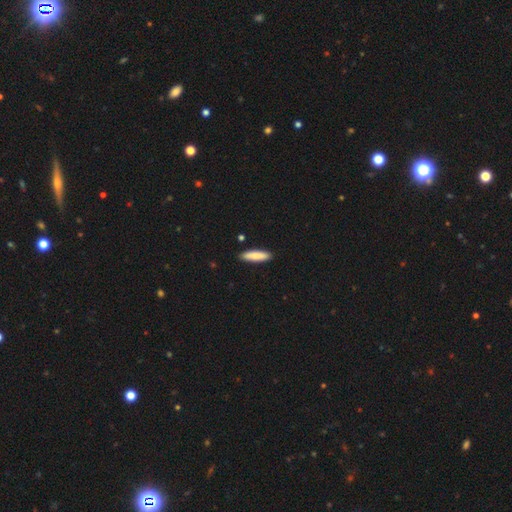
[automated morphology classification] smooth_or_featured: smooth (p=0.81) [alt: featured or disk p=0.13]
how_rounded: cigar-shaped (p=0.72) [alt: in between p=0.27]
merging: none (p=0.90) [alt: minor disturbance p=0.08]